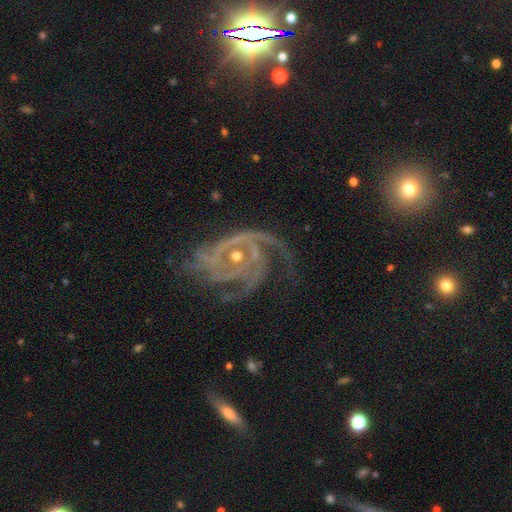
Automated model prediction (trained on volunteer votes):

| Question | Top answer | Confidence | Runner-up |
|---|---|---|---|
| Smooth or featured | featured or disk | 88% | star or artifact (8%) |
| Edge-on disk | no | 97% | yes (3%) |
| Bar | no | 61% | weak (27%) |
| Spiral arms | yes | 98% | no (2%) |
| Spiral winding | tight | 50% | medium (41%) |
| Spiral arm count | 3 | 36% | 2 (23%) |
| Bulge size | small | 76% | moderate (19%) |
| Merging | none | 53% | major disturbance (22%) |